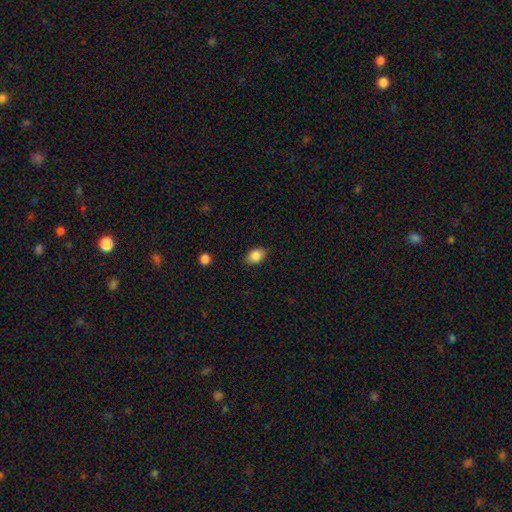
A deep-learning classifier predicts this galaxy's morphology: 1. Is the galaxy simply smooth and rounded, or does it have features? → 87% smooth, 8% star or artifact, 5% featured or disk.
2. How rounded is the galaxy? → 83% in between, 16% round, 1% cigar-shaped.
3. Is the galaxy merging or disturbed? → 86% none, 11% minor disturbance, 2% major disturbance, 1% merger.